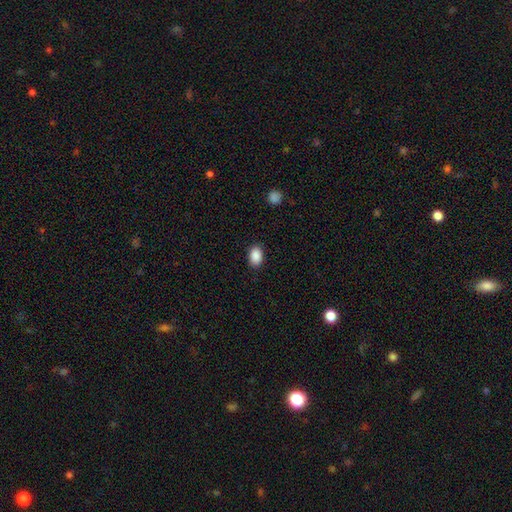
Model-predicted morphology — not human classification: This appears to be a smooth galaxy with no disk features (89%) that is in between round and cigar-shaped (85%). Merging: none (87%).